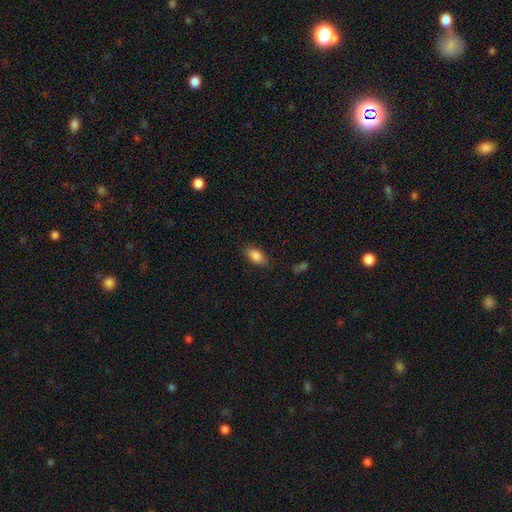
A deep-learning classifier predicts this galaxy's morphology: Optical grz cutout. It shows a smooth galaxy with no disk features (86%) that is in between round and cigar-shaped (90%). Merging: none (84%).